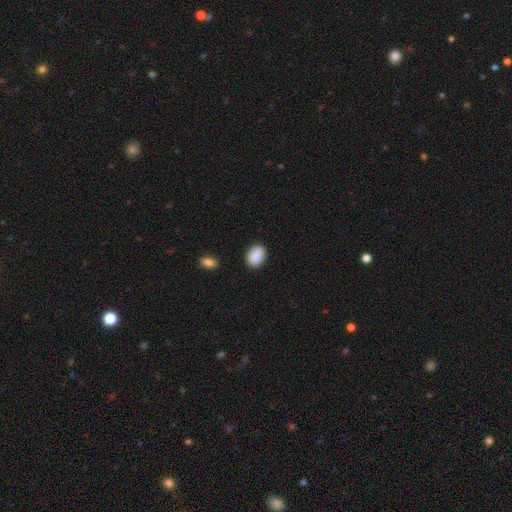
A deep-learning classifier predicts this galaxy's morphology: Smooth or featured? Predicted: smooth (p=0.89). How rounded? Predicted: in between (p=0.76). Merging? Predicted: none (p=0.85).